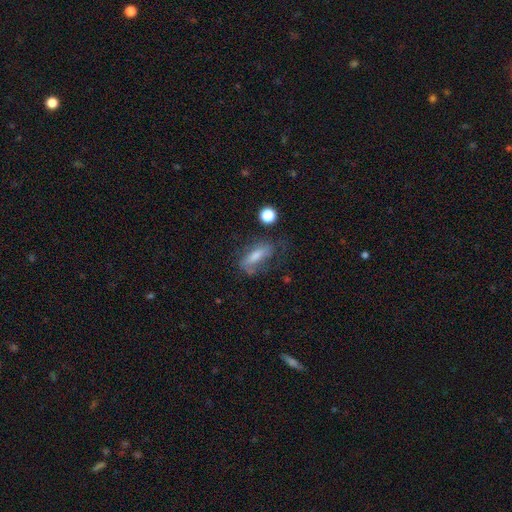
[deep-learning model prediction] Q: Smooth or featured?
A: smooth (48%); runner-up: featured or disk (39%)
Q: Merging?
A: none (48%); runner-up: minor disturbance (25%)